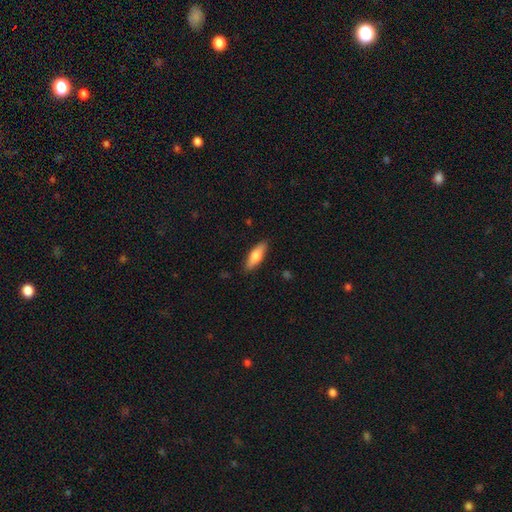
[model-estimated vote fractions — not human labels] A smooth galaxy with no disk features (69%) that is in between round and cigar-shaped (54%).

Vote fractions:
- Smooth or featured? smooth: 69% / featured or disk: 26% / star or artifact: 6%
- How rounded? in between: 54% / cigar-shaped: 44% / round: 2%
- Merging? none: 88% / minor disturbance: 9% / major disturbance: 2% / merger: 1%